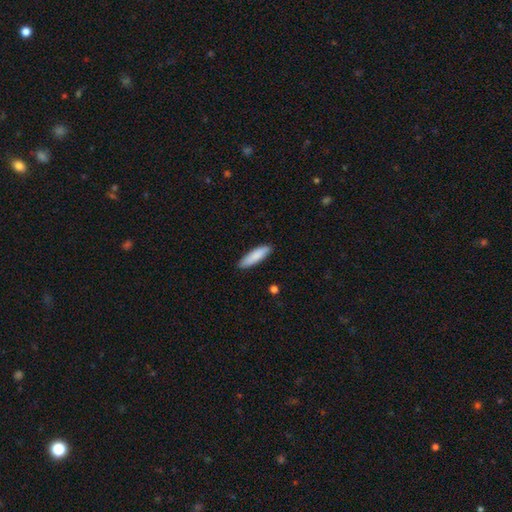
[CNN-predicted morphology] Q: Smooth or featured?
A: smooth (87%); runner-up: featured or disk (8%)
Q: How rounded?
A: cigar-shaped (64%); runner-up: in between (34%)
Q: Merging?
A: none (88%); runner-up: minor disturbance (9%)